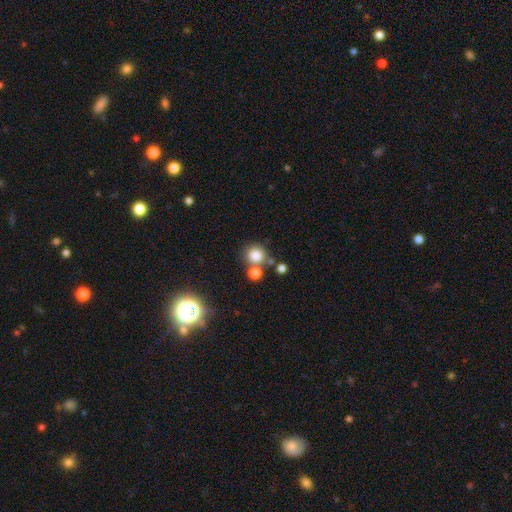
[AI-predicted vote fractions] Smooth or featured? smooth (80%)
How rounded? round (88%)
Merging? none (64%)